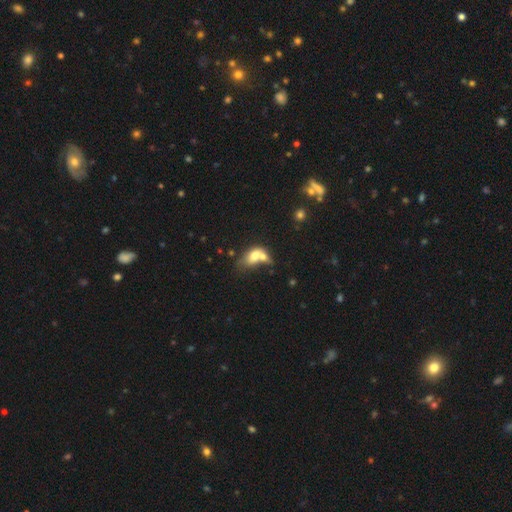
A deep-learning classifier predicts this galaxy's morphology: Q: Smooth or featured?
A: smooth (68%); runner-up: featured or disk (23%)
Q: How rounded?
A: in between (80%); runner-up: round (15%)
Q: Merging?
A: merger (66%); runner-up: none (15%)